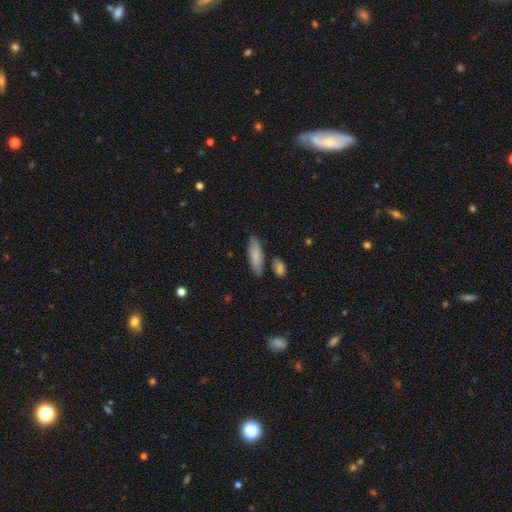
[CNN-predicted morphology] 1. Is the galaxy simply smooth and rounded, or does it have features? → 82% smooth, 12% featured or disk, 6% star or artifact.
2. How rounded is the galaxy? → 59% in between, 39% cigar-shaped, 2% round.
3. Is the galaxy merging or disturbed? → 77% none, 14% minor disturbance, 7% merger, 3% major disturbance.